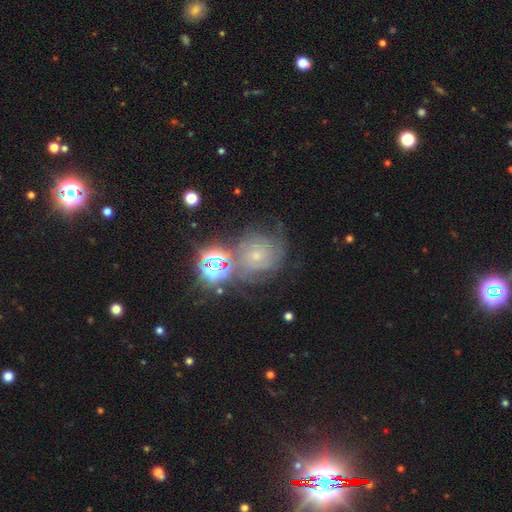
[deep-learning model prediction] Overall: featured or disk (55%; star or artifact 26%). Edge-on disk: no (96%). Bar: no (73%). Spiral arms: yes (89%). Bulge size: small (68%). Merging: none (60%).